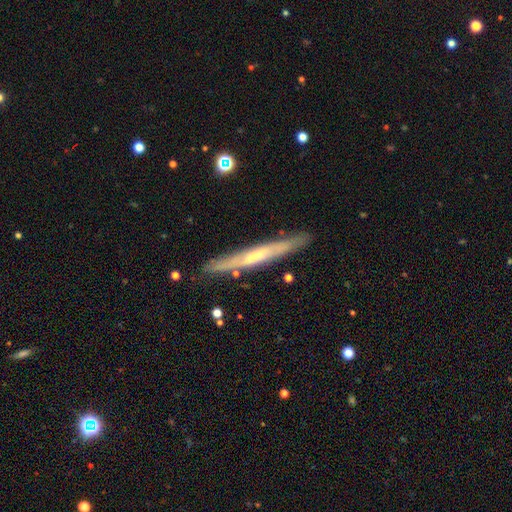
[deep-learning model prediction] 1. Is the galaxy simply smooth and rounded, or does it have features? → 59% featured or disk, 35% smooth, 6% star or artifact.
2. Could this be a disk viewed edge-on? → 91% yes, 9% no.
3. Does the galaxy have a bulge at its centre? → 66% none, 23% rounded, 11% boxy.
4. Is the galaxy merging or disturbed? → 86% none, 10% minor disturbance, 2% major disturbance, 2% merger.